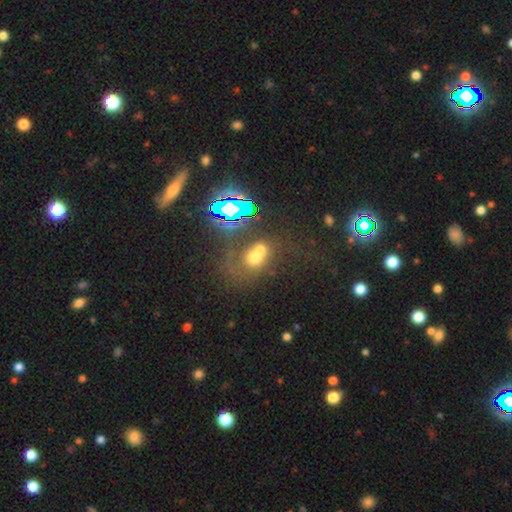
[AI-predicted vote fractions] A smooth galaxy with no disk features (51%) that is round (62%). Merging: merger (57%).